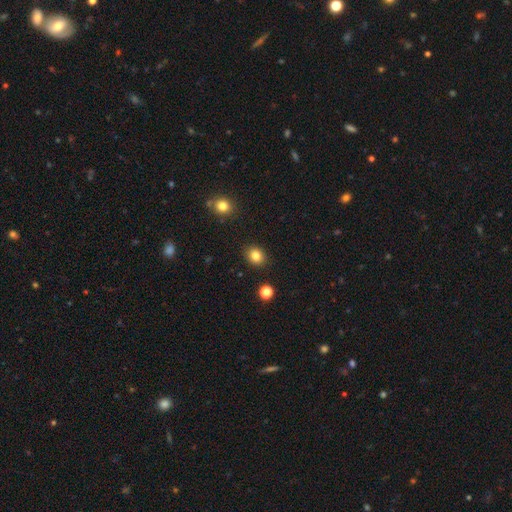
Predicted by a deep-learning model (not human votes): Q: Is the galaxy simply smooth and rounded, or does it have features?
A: smooth — 83%.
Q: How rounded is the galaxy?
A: round — 63%.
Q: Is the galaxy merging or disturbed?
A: none — 90%.